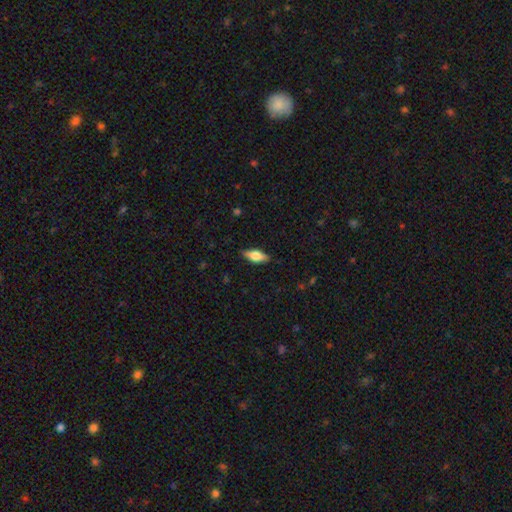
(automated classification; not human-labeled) Morphology: type=smooth (62%); roundness=in between (75%); merging=none (86%).